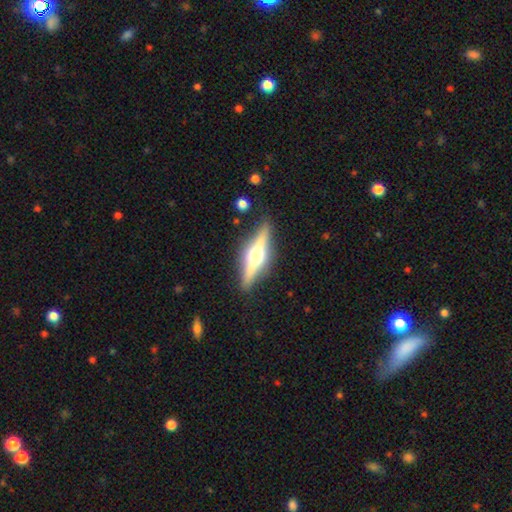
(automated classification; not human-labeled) This is likely a featured or disk galaxy (73%). It is clearly viewed edge-on (96%). Edge-on bulge: clearly rounded (95%). Merging: clearly none (87%).